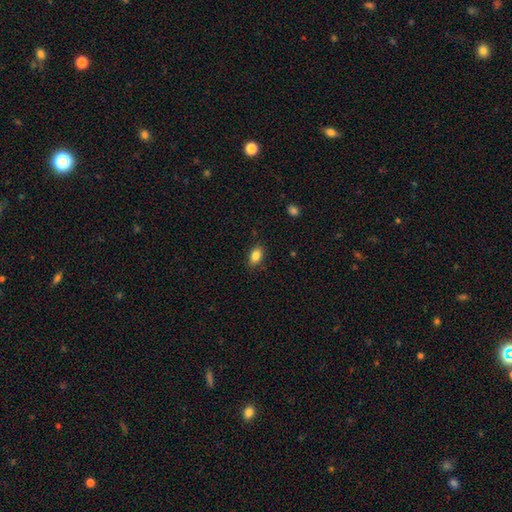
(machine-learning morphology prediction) The model was most divided on "merging": none: 86%, minor disturbance: 11%, major disturbance: 2%, merger: 1%. More confident: how rounded — in between (87%); smooth or featured — smooth (85%).